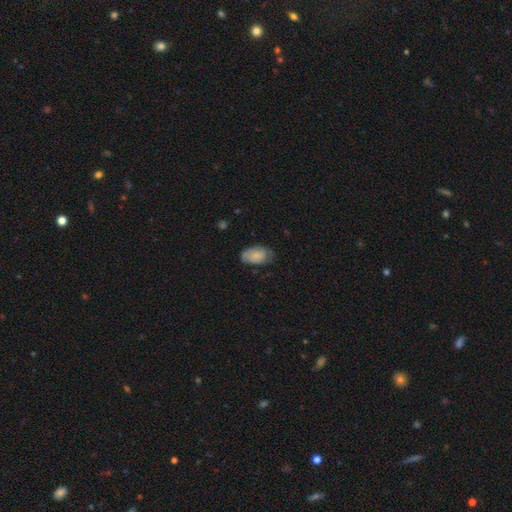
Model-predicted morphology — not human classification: A smooth galaxy with no disk features (76%) that is in between round and cigar-shaped (92%).

Vote fractions:
- Smooth or featured? smooth: 76% / featured or disk: 18% / star or artifact: 6%
- How rounded? in between: 92% / round: 7% / cigar-shaped: 1%
- Merging? none: 62% / minor disturbance: 30% / major disturbance: 7% / merger: 1%